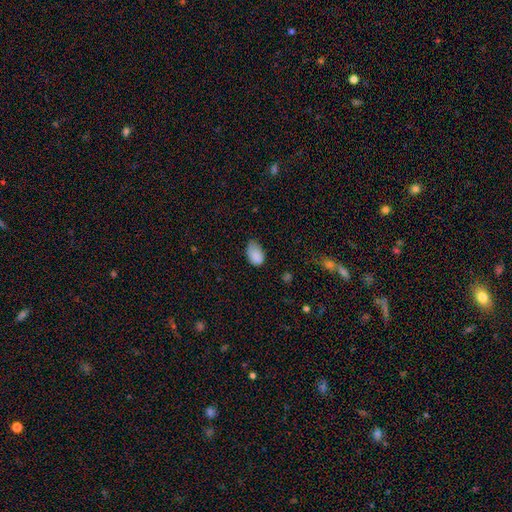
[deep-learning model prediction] Morphology: type=smooth (86%); roundness=in between (90%); merging=none (50%).